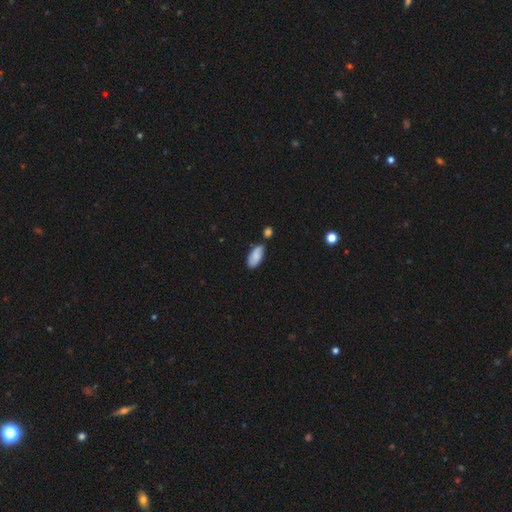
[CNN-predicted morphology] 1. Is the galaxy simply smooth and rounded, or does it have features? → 76% smooth, 17% featured or disk, 7% star or artifact.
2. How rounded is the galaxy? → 89% in between, 8% cigar-shaped, 2% round.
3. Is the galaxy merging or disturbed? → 63% none, 20% minor disturbance, 13% merger, 4% major disturbance.